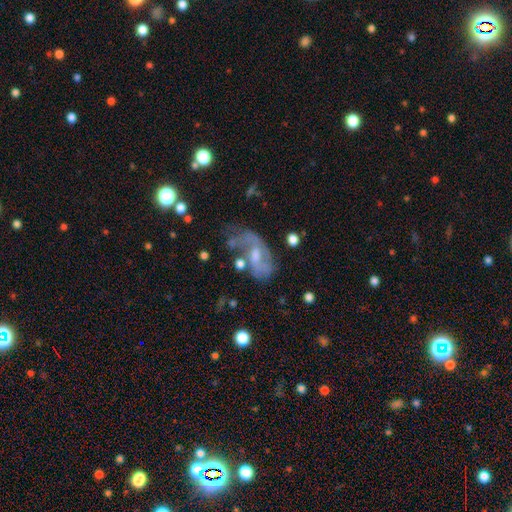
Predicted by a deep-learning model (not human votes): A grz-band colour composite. It shows a featured or disk galaxy (67%) with a weak bar (45%), spiral arms (73%) and a small central bulge (43%). Merging: none (36%).